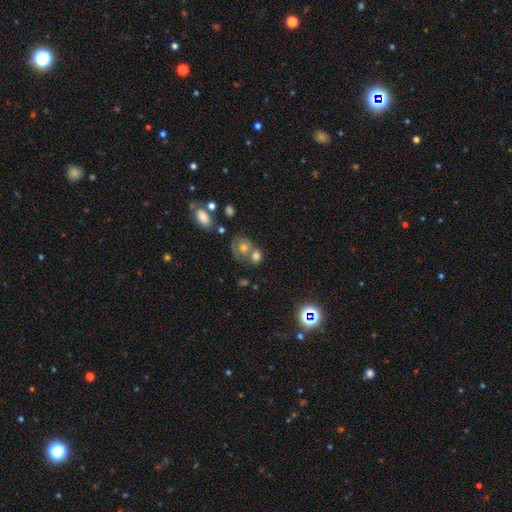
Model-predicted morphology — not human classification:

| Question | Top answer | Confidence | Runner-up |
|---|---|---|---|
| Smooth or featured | smooth | 67% | featured or disk (19%) |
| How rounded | round | 58% | in between (40%) |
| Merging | merger | 52% | none (33%) |